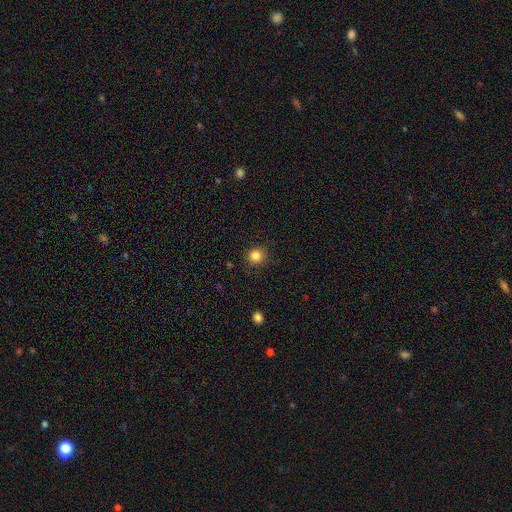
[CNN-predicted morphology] smooth_or_featured: smooth (p=0.84) [alt: star or artifact p=0.11]
how_rounded: round (p=0.91) [alt: in between p=0.08]
merging: none (p=0.89) [alt: minor disturbance p=0.08]